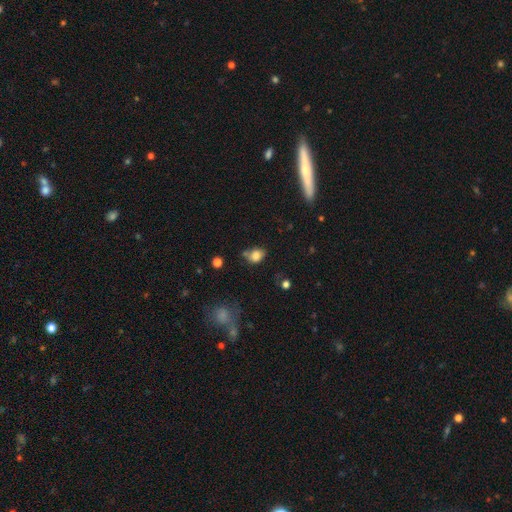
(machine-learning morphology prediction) type=smooth (81%); roundness=in between (59%); merging=none (56%).